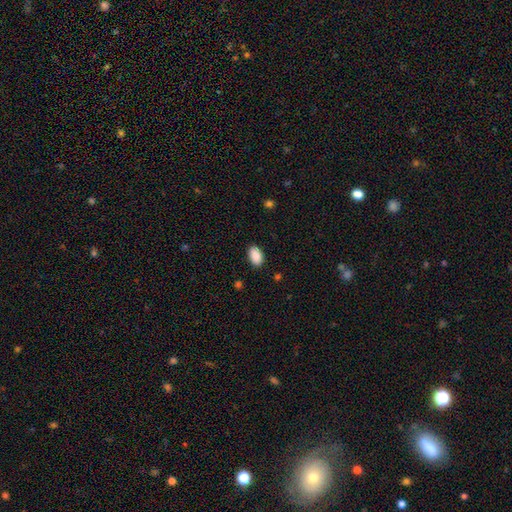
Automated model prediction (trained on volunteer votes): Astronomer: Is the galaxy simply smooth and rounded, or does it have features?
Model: smooth — 90%.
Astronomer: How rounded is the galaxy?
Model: in between — 94%.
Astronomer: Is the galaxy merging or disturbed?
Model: none — 88%.